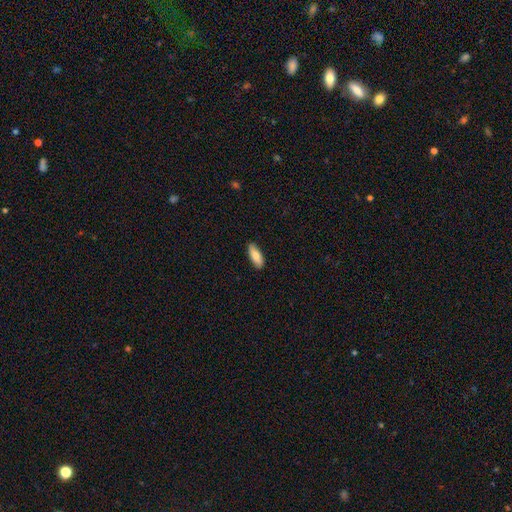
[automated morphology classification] smooth_or_featured: smooth (p=0.83) [alt: featured or disk p=0.11]
how_rounded: in between (p=0.68) [alt: cigar-shaped p=0.30]
merging: none (p=0.87) [alt: minor disturbance p=0.10]